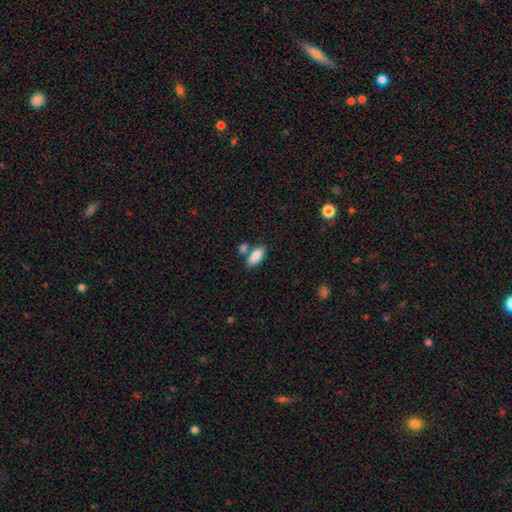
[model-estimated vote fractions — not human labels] A smooth galaxy with no disk features (88%) that is in between round and cigar-shaped (88%).

Vote fractions:
- Smooth or featured? smooth: 88% / star or artifact: 7% / featured or disk: 6%
- How rounded? in between: 88% / cigar-shaped: 9% / round: 3%
- Merging? none: 65% / merger: 20% / minor disturbance: 11% / major disturbance: 3%